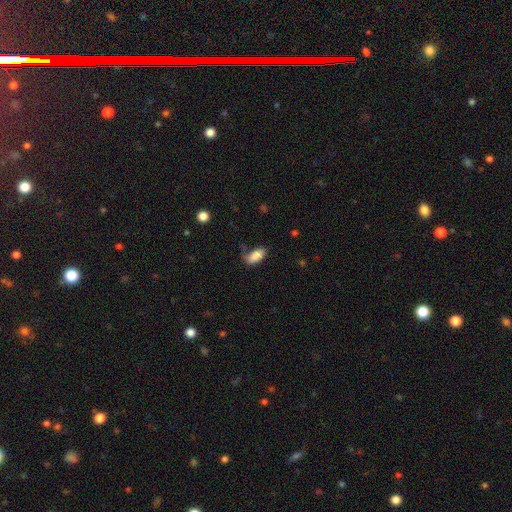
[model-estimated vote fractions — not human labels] A smooth galaxy with no disk features (85%) that is in between round and cigar-shaped (90%).

Vote fractions:
- Smooth or featured? smooth: 85% / star or artifact: 8% / featured or disk: 7%
- How rounded? in between: 90% / cigar-shaped: 7% / round: 3%
- Merging? none: 57% / minor disturbance: 27% / major disturbance: 11% / merger: 4%